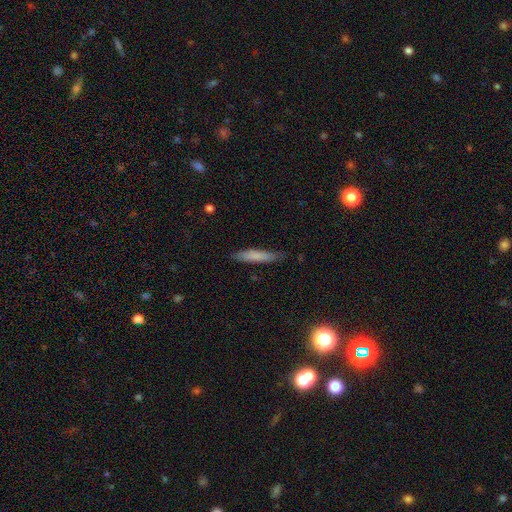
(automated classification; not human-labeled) Smooth or featured? Predicted: smooth (p=0.75). How rounded? Predicted: cigar-shaped (p=0.90). Merging? Predicted: none (p=0.84).